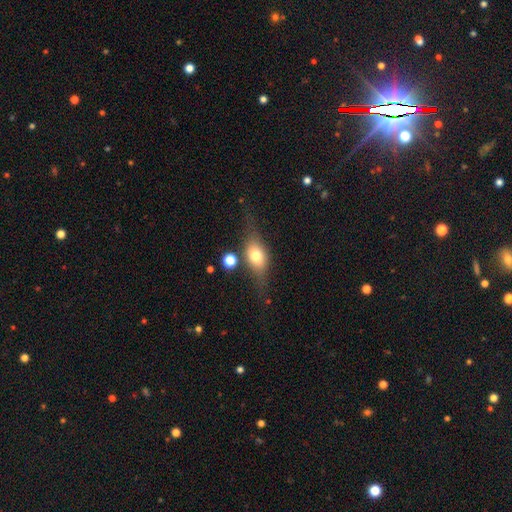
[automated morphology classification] smooth_or_featured: smooth (p=0.55) [alt: featured or disk p=0.36]
how_rounded: in between (p=0.63) [alt: round p=0.24]
merging: none (p=0.59) [alt: minor disturbance p=0.22]